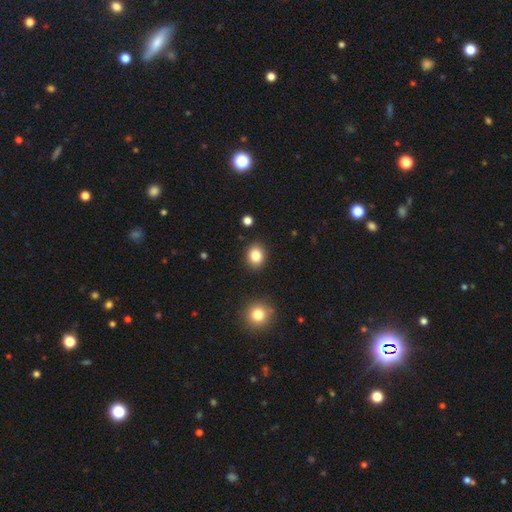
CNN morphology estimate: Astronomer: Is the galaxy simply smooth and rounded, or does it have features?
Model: smooth — 84%.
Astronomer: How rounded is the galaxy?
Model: round — 57% (runner-up: in between, 42%).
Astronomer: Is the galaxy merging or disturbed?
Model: none — 89%.